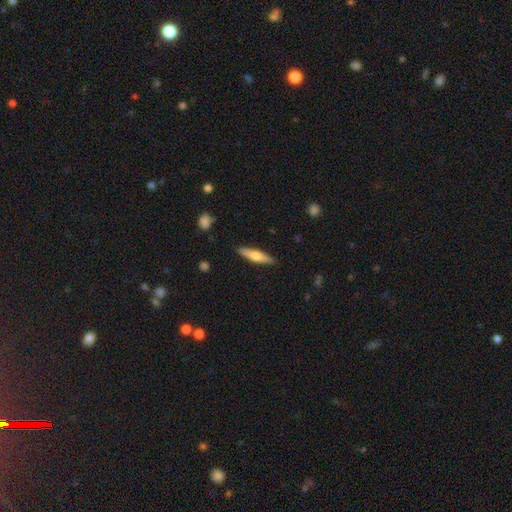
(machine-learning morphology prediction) The model was most divided on "smooth or featured": smooth: 54%, featured or disk: 41%, star or artifact: 6%. More confident: merging — none (89%); how rounded — cigar-shaped (79%).